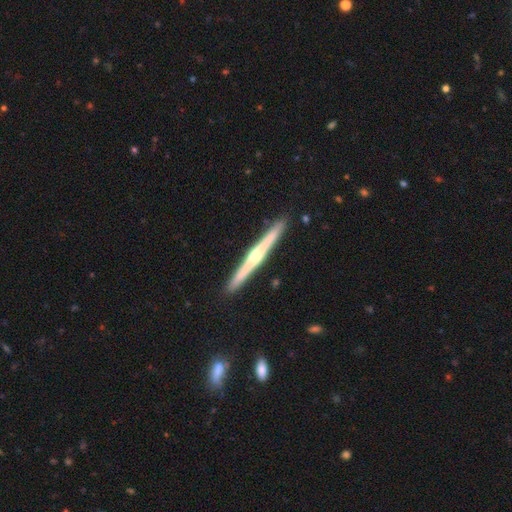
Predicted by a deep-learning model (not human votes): Q: Smooth or featured?
A: featured or disk (72%); runner-up: smooth (23%)
Q: Edge-on disk?
A: yes (98%); runner-up: no (2%)
Q: Edge-on bulge?
A: rounded (75%); runner-up: none (17%)
Q: Merging?
A: none (92%); runner-up: minor disturbance (6%)